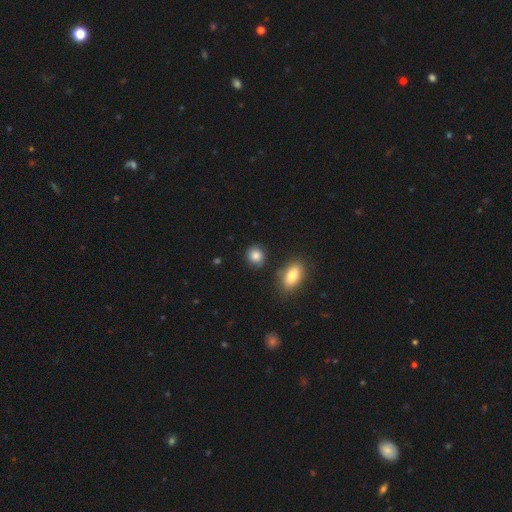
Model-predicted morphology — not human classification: smooth_or_featured: smooth (p=0.86) [alt: star or artifact p=0.09]
how_rounded: round (p=0.77) [alt: in between p=0.22]
merging: none (p=0.79) [alt: minor disturbance p=0.13]